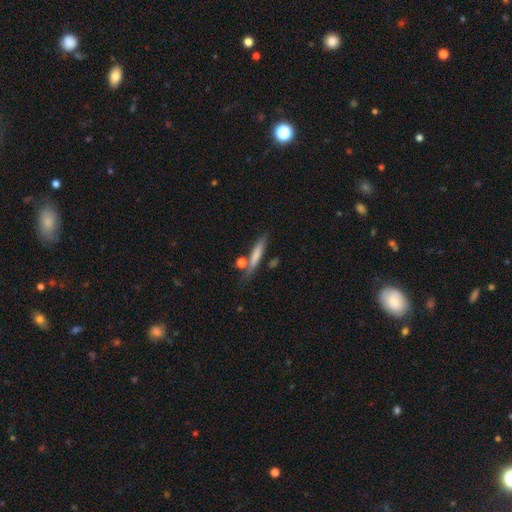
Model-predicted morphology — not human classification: Q: Smooth or featured?
A: smooth (70%); runner-up: featured or disk (23%)
Q: How rounded?
A: cigar-shaped (86%); runner-up: in between (10%)
Q: Merging?
A: none (69%); runner-up: minor disturbance (15%)